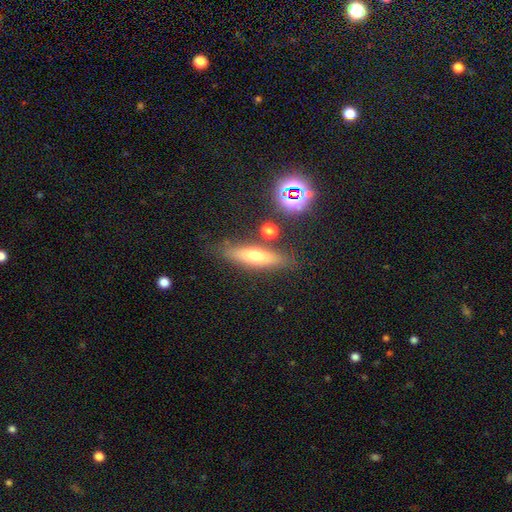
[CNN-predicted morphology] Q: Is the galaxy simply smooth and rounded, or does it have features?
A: smooth — 51%.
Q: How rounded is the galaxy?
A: cigar-shaped — 69%.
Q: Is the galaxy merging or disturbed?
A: none — 80%.